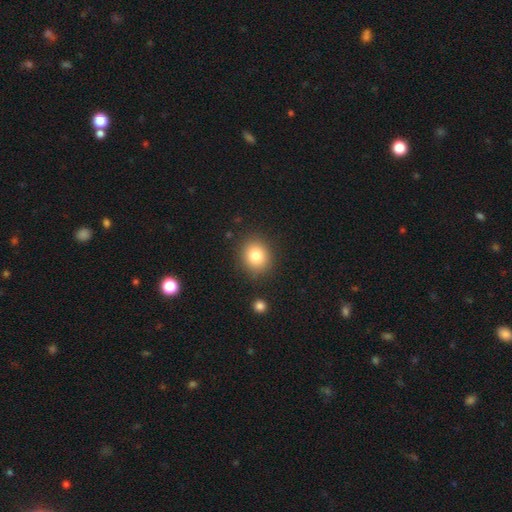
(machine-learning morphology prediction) A smooth galaxy with no disk features (81%) that is round (74%).

Vote fractions:
- Smooth or featured? smooth: 81% / star or artifact: 11% / featured or disk: 8%
- How rounded? round: 74% / in between: 25% / cigar-shaped: 1%
- Merging? none: 87% / minor disturbance: 8% / major disturbance: 3% / merger: 2%